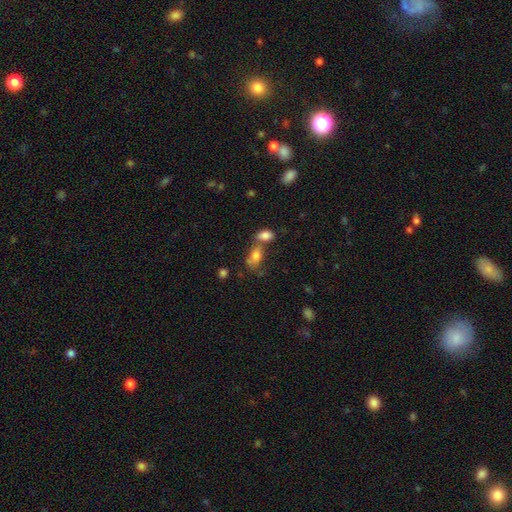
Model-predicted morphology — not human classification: A smooth galaxy with no disk features (77%) that is in between round and cigar-shaped (86%).

Vote fractions:
- Smooth or featured? smooth: 77% / featured or disk: 13% / star or artifact: 11%
- How rounded? in between: 86% / round: 11% / cigar-shaped: 4%
- Merging? merger: 43% / none: 35% / minor disturbance: 14% / major disturbance: 8%